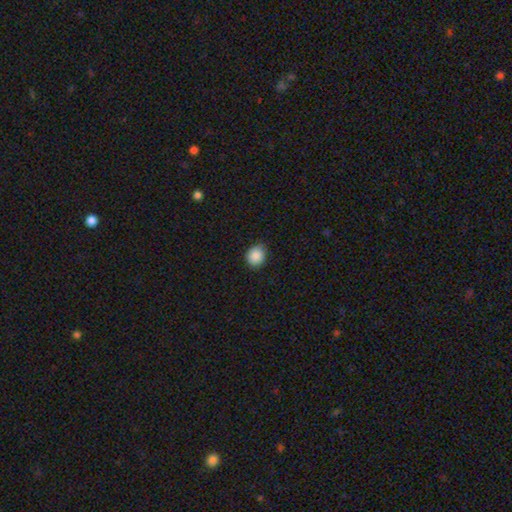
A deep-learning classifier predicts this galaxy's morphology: Smooth or featured? Predicted: smooth (p=0.87). How rounded? Predicted: round (p=0.69). Merging? Predicted: none (p=0.80).